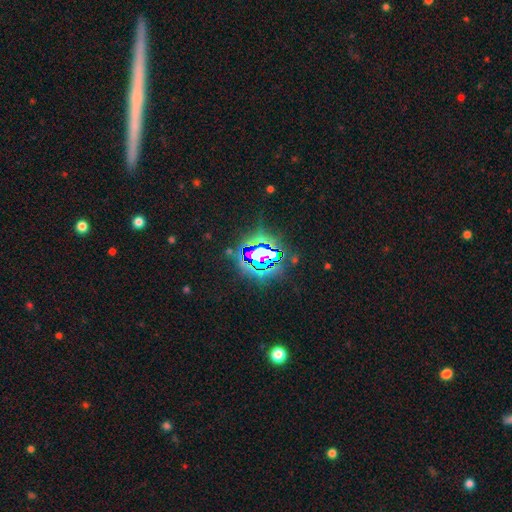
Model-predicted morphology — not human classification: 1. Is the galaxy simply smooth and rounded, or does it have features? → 78% star or artifact, 12% smooth, 10% featured or disk.